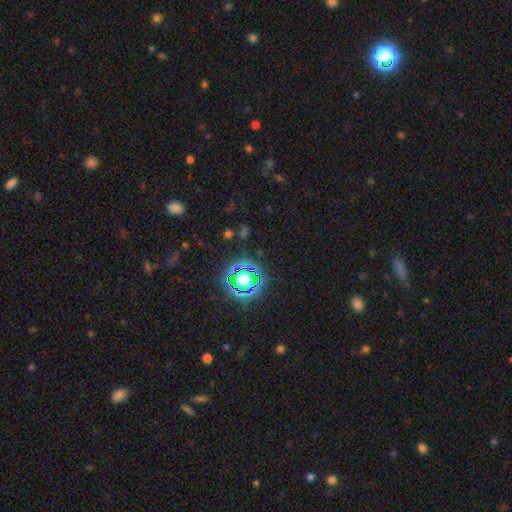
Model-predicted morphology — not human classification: star or artifact 77%, smooth 15%, featured or disk 8%.